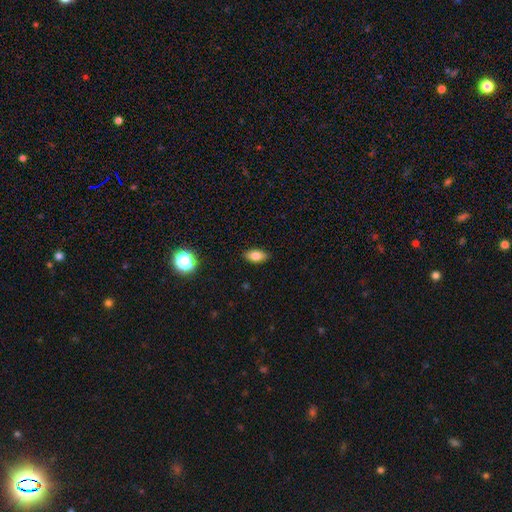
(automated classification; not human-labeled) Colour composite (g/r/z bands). It shows a smooth galaxy with no disk features (81%) that is in between round and cigar-shaped (87%). Merging: none (89%).